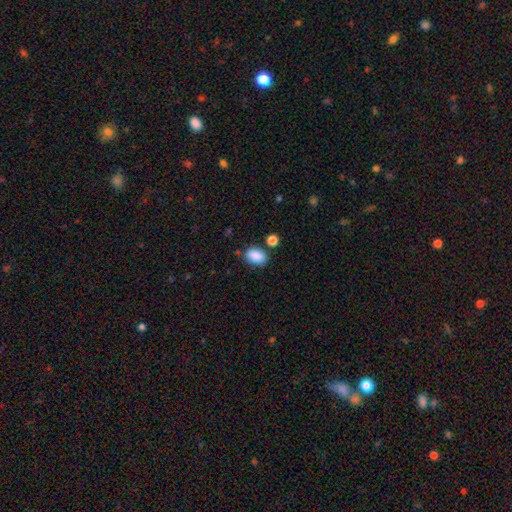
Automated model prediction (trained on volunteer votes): smooth 88%, star or artifact 8%, featured or disk 4%. Down the decision tree: how rounded — in between (86%); merging — none (76%).